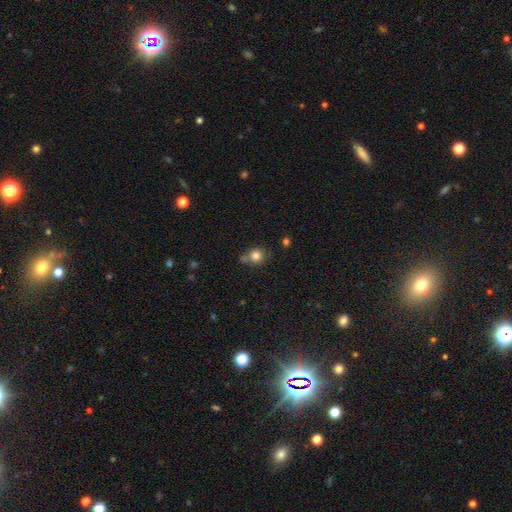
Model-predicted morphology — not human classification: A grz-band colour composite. It shows a smooth galaxy with no disk features (80%) that is round (84%). Merging: none (63%).